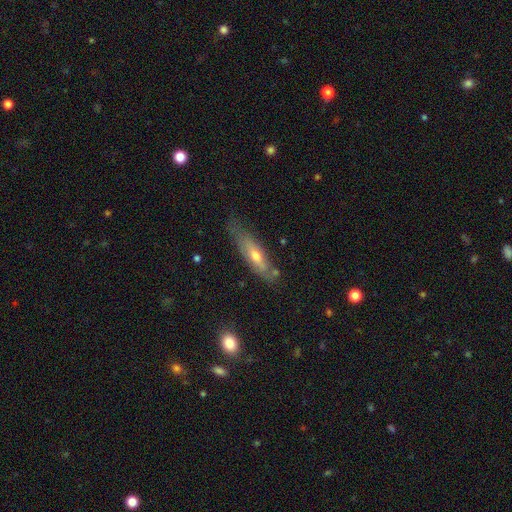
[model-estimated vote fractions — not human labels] Morphology: type=featured or disk (48%); merging=none (62%).